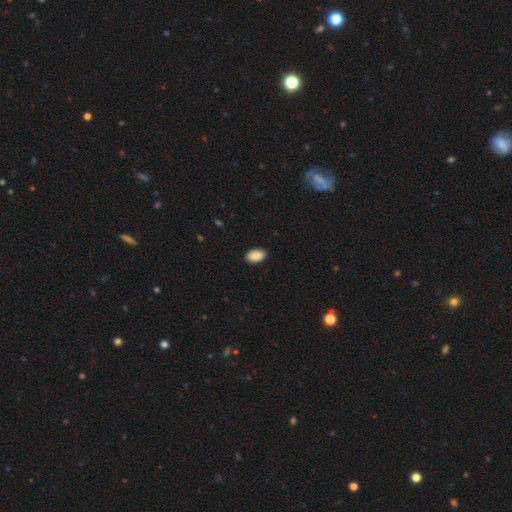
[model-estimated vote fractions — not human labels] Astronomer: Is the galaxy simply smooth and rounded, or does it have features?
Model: smooth — 90%.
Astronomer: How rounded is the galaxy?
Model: in between — 92%.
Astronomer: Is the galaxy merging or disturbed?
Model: none — 89%.